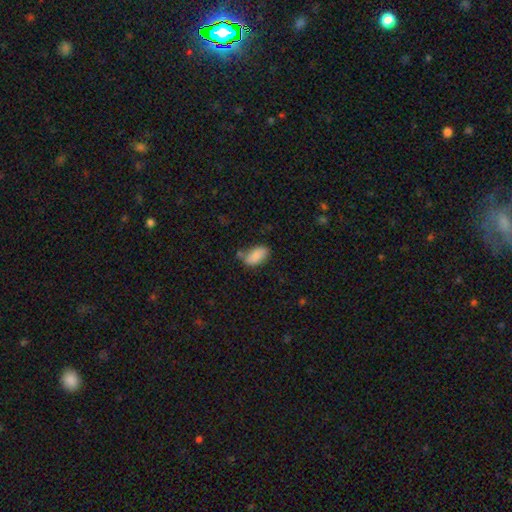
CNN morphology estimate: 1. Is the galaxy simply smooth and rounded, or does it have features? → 82% smooth, 11% featured or disk, 7% star or artifact.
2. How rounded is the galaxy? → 93% in between, 4% round, 3% cigar-shaped.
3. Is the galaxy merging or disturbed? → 59% none, 25% minor disturbance, 10% merger, 6% major disturbance.